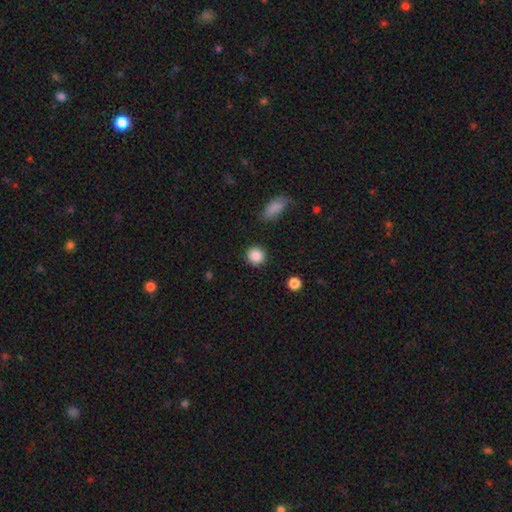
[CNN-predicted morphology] Smooth or featured: smooth — 87% (star or artifact — 9%)
How rounded: round — 92% (in between — 7%)
Merging: none — 90% (minor disturbance — 6%)